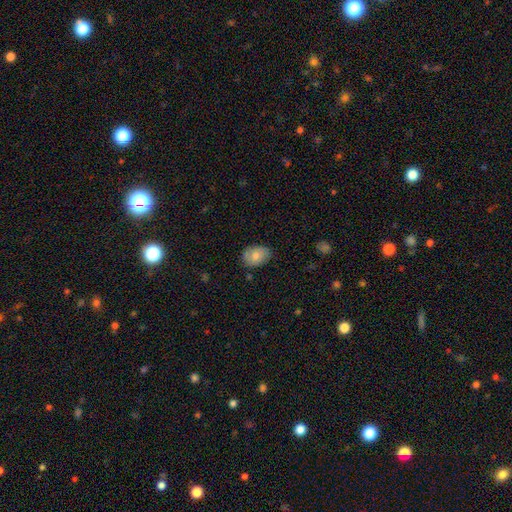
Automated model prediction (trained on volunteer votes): Smooth or featured?
  - smooth: 78% *
  - featured or disk: 15%
  - star or artifact: 7%
How rounded?
  - in between: 75% *
  - round: 24%
  - cigar-shaped: 1%
Merging?
  - none: 79% *
  - minor disturbance: 17%
  - major disturbance: 3%
  - merger: 1%